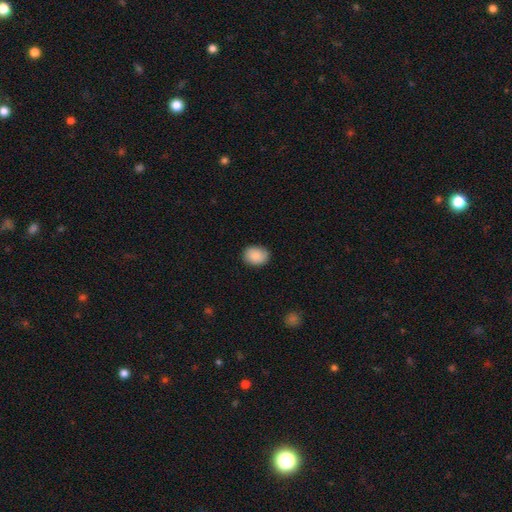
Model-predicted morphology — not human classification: smooth_or_featured: smooth (p=0.88) [alt: star or artifact p=0.07]
how_rounded: in between (p=0.54) [alt: round p=0.45]
merging: none (p=0.86) [alt: minor disturbance p=0.11]